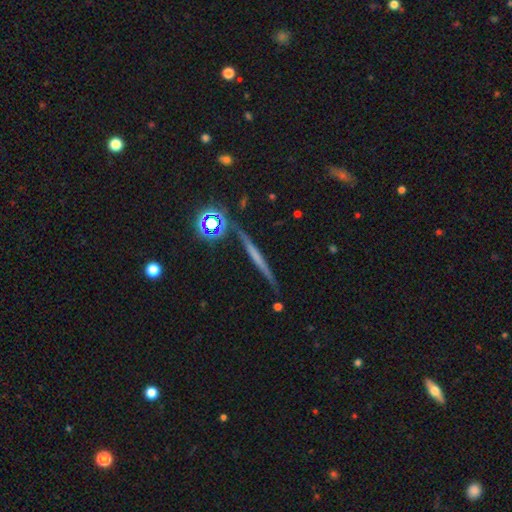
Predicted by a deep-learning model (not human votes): Overall: featured or disk (51%; smooth 35%). Edge-on disk: yes (96%). Merging: none (88%).